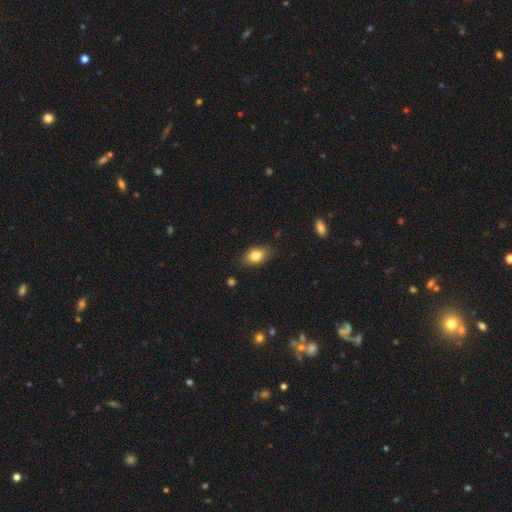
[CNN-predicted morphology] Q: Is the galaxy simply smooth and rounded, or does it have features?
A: smooth — 82%.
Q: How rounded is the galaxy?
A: in between — 86%.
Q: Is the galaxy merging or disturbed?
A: none — 84%.